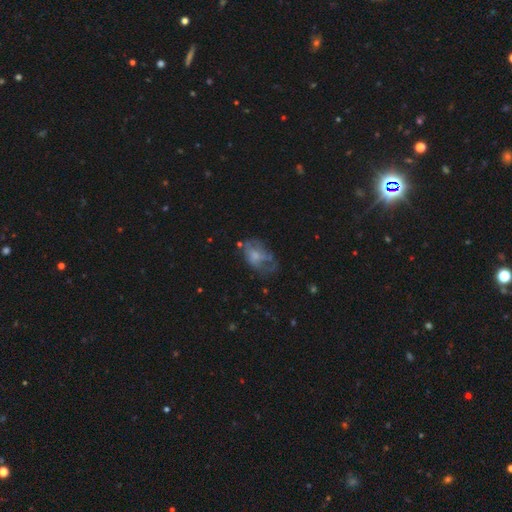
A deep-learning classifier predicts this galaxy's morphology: A featured or disk galaxy (49%).

Vote fractions:
- Smooth or featured? featured or disk: 49% / smooth: 40% / star or artifact: 11%
- Merging? major disturbance: 36% / none: 34% / minor disturbance: 26% / merger: 4%